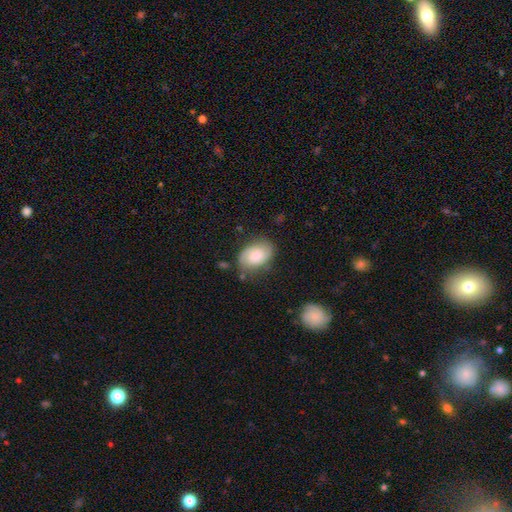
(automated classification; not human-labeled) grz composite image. It shows a featured or disk galaxy (54%) with no bar (60%), spiral arms (90%) and a moderate central bulge (40%). Merging: none (70%).